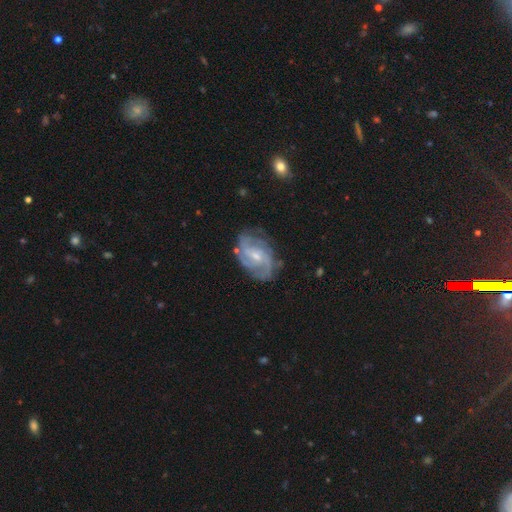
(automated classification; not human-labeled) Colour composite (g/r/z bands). It shows a featured or disk galaxy (85%) with a weak bar (50%), 2 (31%) medium (43%, tied with tight) spiral arms (95%) and a small central bulge (59%). Merging: none (71%).